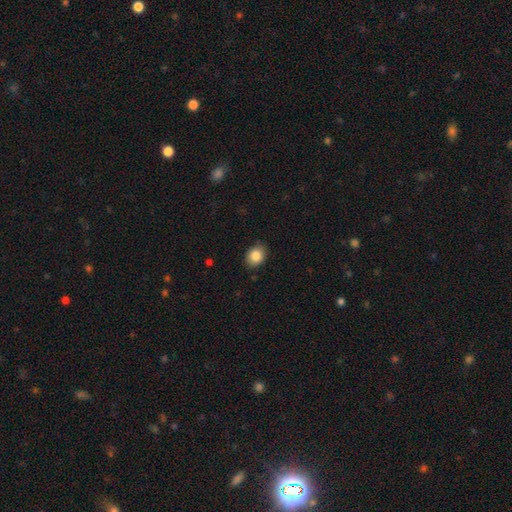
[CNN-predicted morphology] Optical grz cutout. It shows a smooth galaxy with no disk features (86%) that is in between round and cigar-shaped (64%). Merging: none (85%).